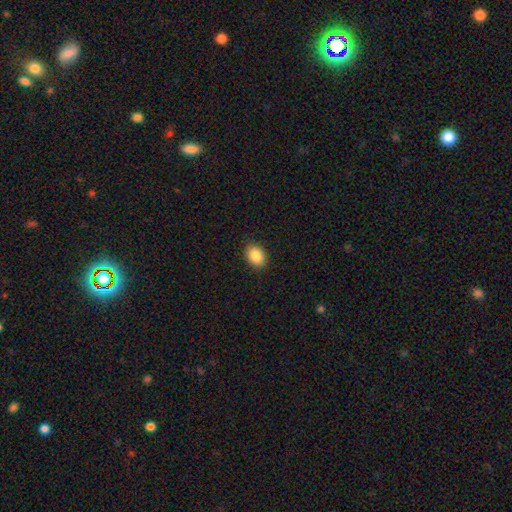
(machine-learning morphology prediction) smooth-or-featured: smooth: 89% | star or artifact: 8% | featured or disk: 3%
  how-rounded: in between: 74% | round: 25% | cigar-shaped: 1%
  merging: none: 88% | minor disturbance: 9% | major disturbance: 2% | merger: 1%